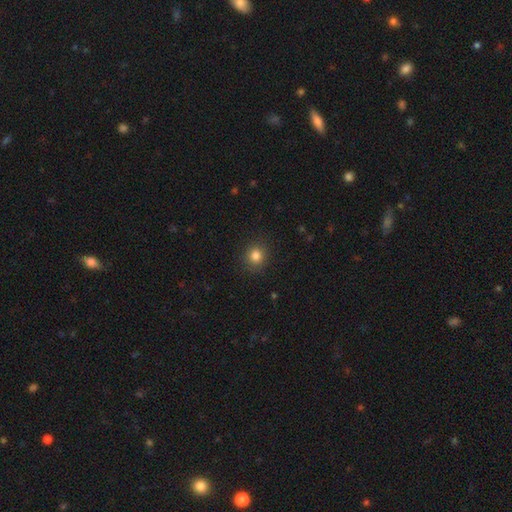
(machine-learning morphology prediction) Smooth or featured? smooth (82%)
How rounded? round (88%)
Merging? none (90%)